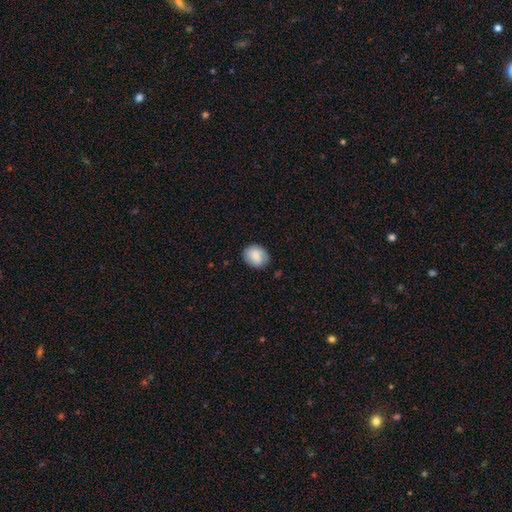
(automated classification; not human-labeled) Smooth or featured?
  - smooth: 80% *
  - featured or disk: 13%
  - star or artifact: 7%
How rounded?
  - round: 57% *
  - in between: 42%
  - cigar-shaped: 1%
Merging?
  - none: 81% *
  - minor disturbance: 15%
  - major disturbance: 3%
  - merger: 1%